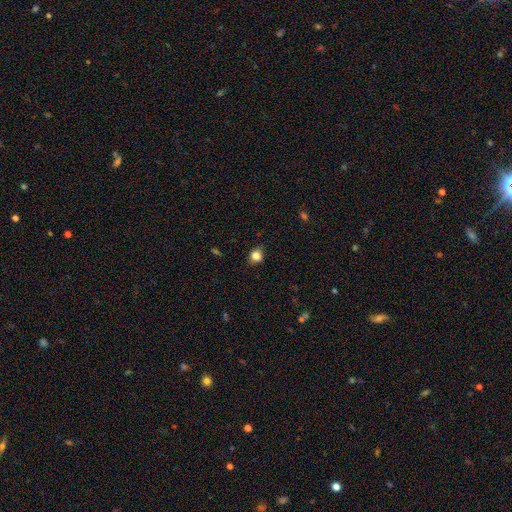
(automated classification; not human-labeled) The model was most divided on "how rounded": round: 74%, in between: 25%, cigar-shaped: 1%. More confident: smooth or featured — smooth (83%); merging — none (82%).